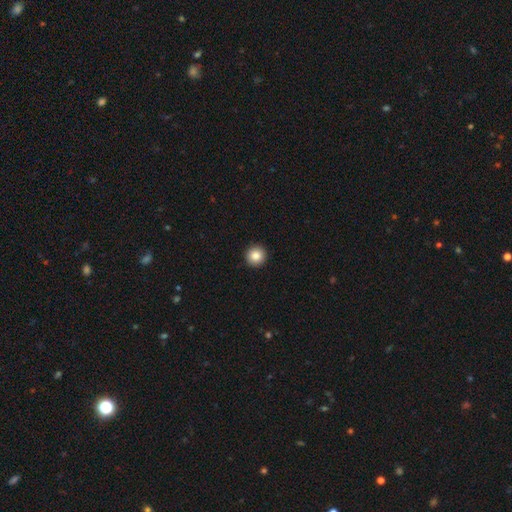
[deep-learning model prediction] Smooth or featured? smooth (86%)
How rounded? round (96%)
Merging? none (94%)